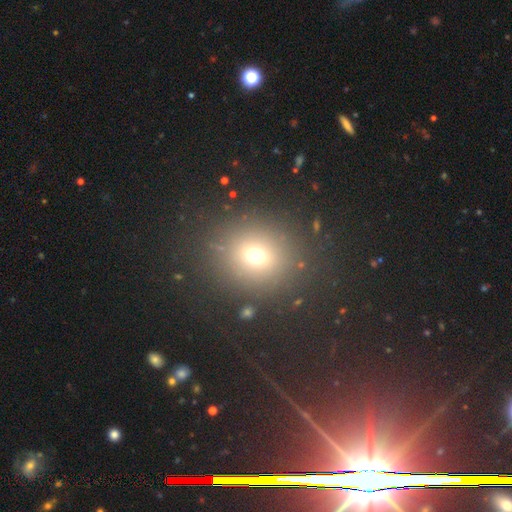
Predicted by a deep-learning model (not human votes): A smooth galaxy with no disk features (68%) that is round (85%). Merging: none (85%).